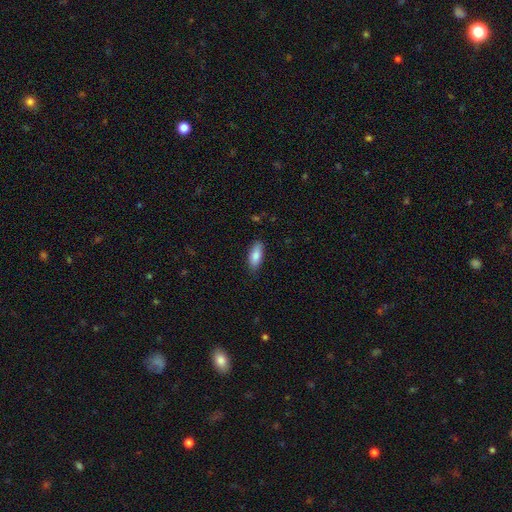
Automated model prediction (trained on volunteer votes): Smooth or featured?
  - smooth: 84% *
  - featured or disk: 10%
  - star or artifact: 6%
How rounded?
  - in between: 78% *
  - cigar-shaped: 20%
  - round: 2%
Merging?
  - none: 83% *
  - minor disturbance: 13%
  - major disturbance: 2%
  - merger: 1%